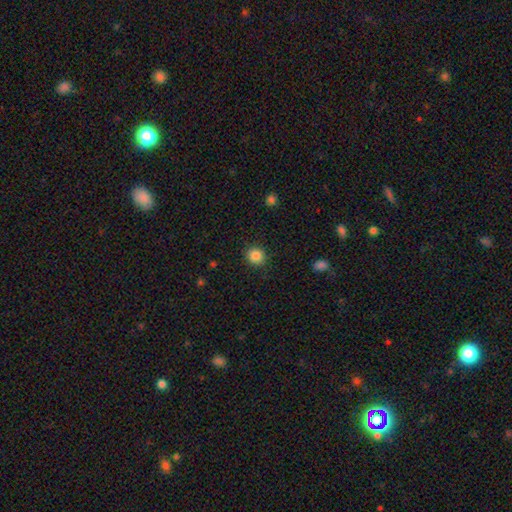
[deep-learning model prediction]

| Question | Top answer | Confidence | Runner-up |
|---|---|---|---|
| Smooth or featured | smooth | 85% | star or artifact (10%) |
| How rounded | round | 83% | in between (16%) |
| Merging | none | 90% | minor disturbance (7%) |